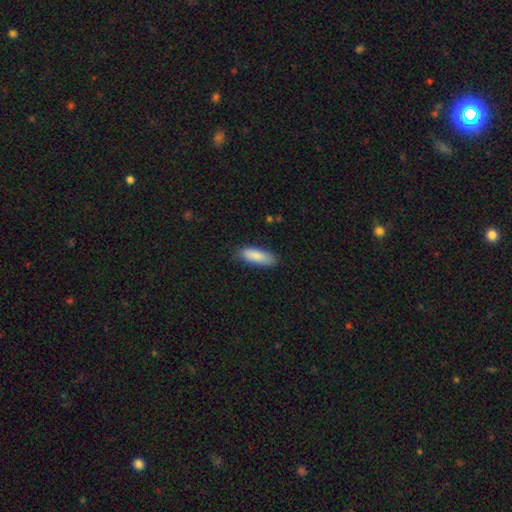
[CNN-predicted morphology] This is clearly a smooth galaxy (88%). How rounded: likely in between (64%). Merging: likely none (80%).